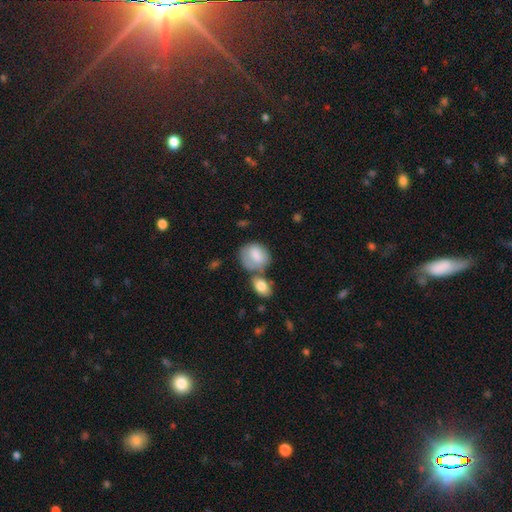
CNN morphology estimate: smooth-or-featured: smooth: 77% | featured or disk: 17% | star or artifact: 7%
  how-rounded: round: 52% | in between: 46% | cigar-shaped: 2%
  merging: none: 40% | merger: 31% | minor disturbance: 20% | major disturbance: 10%